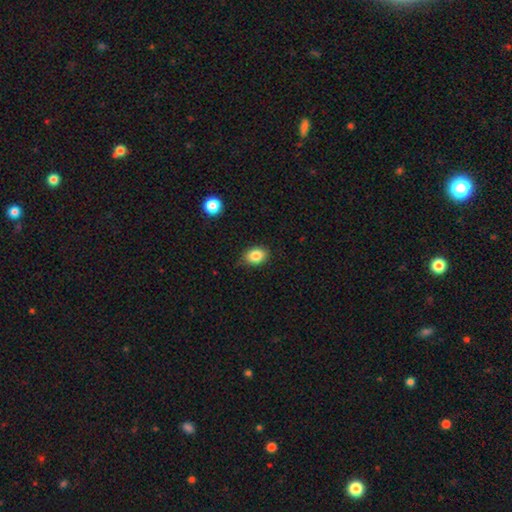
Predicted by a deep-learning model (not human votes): A smooth galaxy with no disk features (85%) that is in between round and cigar-shaped (69%). Merging: none (80%).